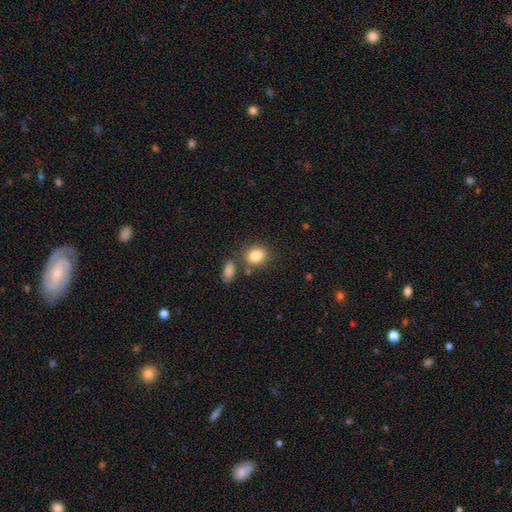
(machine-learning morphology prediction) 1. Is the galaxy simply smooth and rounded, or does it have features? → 85% smooth, 9% star or artifact, 7% featured or disk.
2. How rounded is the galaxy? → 57% in between, 42% round, 1% cigar-shaped.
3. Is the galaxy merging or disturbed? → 70% none, 13% merger, 12% minor disturbance, 4% major disturbance.